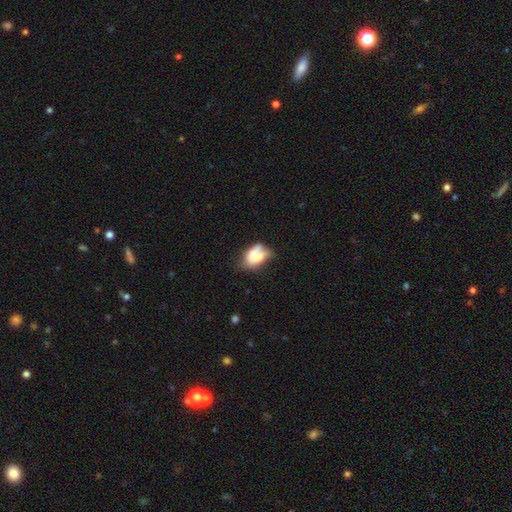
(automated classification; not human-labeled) smooth-or-featured: smooth: 60% | featured or disk: 30% | star or artifact: 9%
  how-rounded: in between: 83% | round: 14% | cigar-shaped: 3%
  merging: merger: 29% | none: 26% | minor disturbance: 25% | major disturbance: 19%